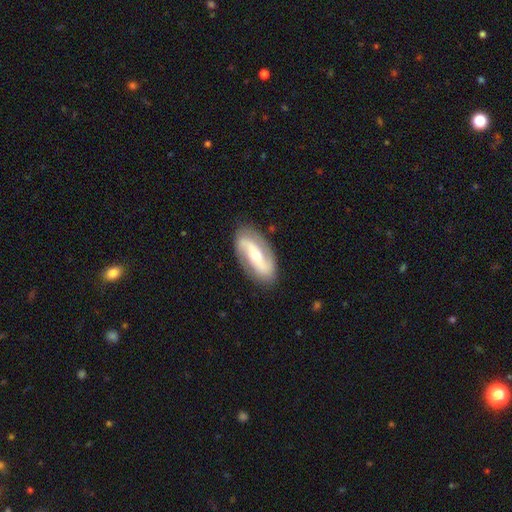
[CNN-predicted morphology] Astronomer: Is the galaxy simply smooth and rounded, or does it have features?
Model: featured or disk — 80%.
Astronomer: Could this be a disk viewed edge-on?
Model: no — 93%.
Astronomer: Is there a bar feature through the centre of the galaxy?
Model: strong — 41% (runner-up: weak, 30%).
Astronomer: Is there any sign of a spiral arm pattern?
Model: yes — 92%.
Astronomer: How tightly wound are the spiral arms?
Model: loose — 50% (runner-up: medium, 33%).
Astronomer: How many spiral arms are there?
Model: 2 — 91%.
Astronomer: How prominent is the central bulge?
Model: small — 47%, tied with moderate at 47%.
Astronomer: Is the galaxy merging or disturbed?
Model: none — 84%.